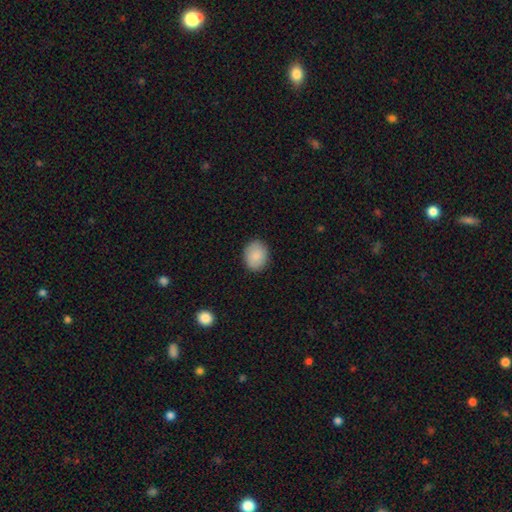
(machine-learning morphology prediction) Overall: smooth (88%). How rounded: round (54%; in between 45%). Merging: none (88%).